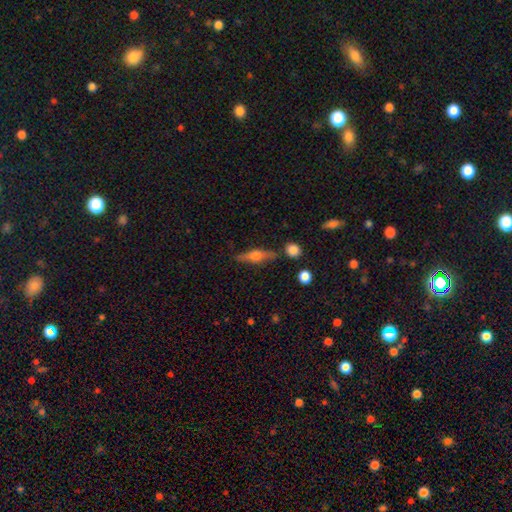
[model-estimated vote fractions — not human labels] The model was most divided on "smooth or featured": featured or disk: 62%, smooth: 30%, star or artifact: 7%. More confident: edge-on disk — yes (94%); edge-on bulge — rounded (90%); merging — none (79%).